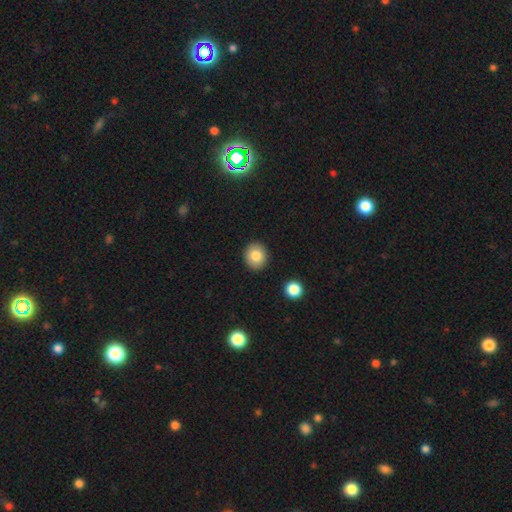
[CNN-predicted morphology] Smooth or featured? Predicted: smooth (p=0.82). How rounded? Predicted: round (p=0.78). Merging? Predicted: none (p=0.90).